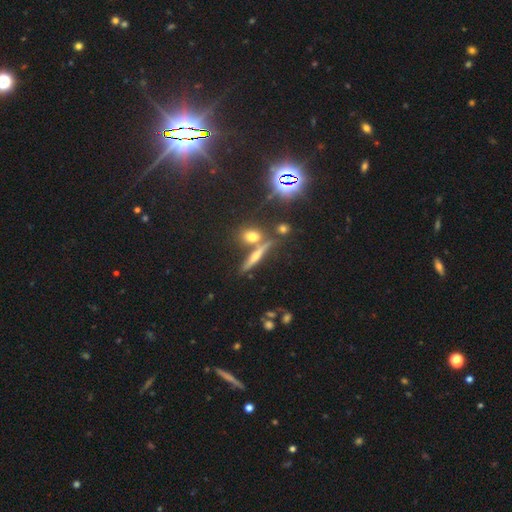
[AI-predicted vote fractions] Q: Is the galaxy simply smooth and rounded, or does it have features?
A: featured or disk — 44%.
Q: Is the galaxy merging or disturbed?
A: none — 72%.